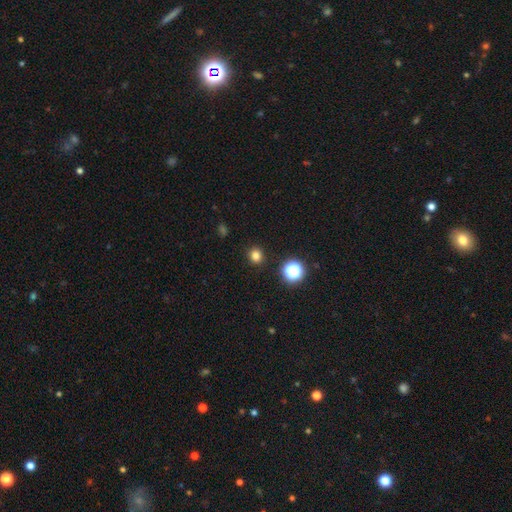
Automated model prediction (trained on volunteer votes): Morphology: type=smooth (80%); roundness=round (86%); merging=none (91%).